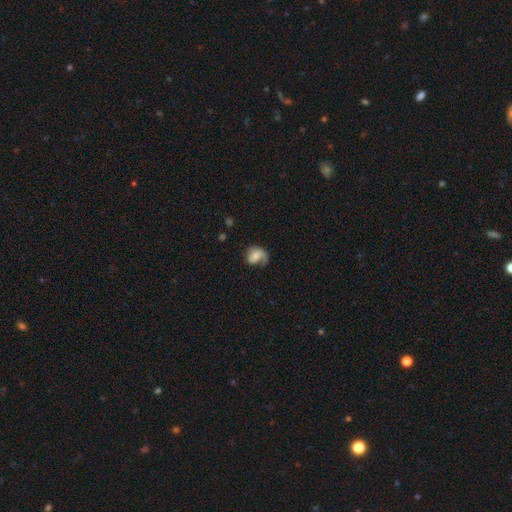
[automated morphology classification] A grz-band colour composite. It shows a featured or disk galaxy (51%). Merging: none (42%).